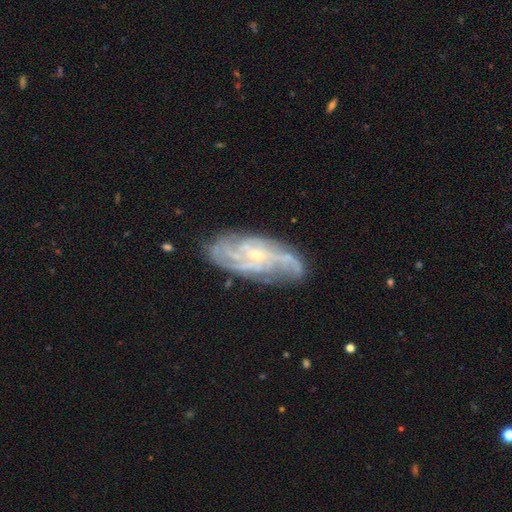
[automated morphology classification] A featured or disk galaxy (86%) with no bar (61%), tight (48%) spiral arms (96%) and a small central bulge (73%).

Vote fractions:
- Smooth or featured? featured or disk: 86% / smooth: 7% / star or artifact: 7%
- Edge-on disk? no: 93% / yes: 7%
- Bar? no: 61% / weak: 32% / strong: 8%
- Spiral arms? yes: 96% / no: 4%
- Spiral winding? tight: 48% / medium: 40% / loose: 12%
- Spiral arm count? can't tell: 25% / 3: 23% / 4: 22% / 2: 16% / more than 4: 8% / 1: 6%
- Bulge size? small: 73% / moderate: 23% / none: 2% / large: 1% / dominant: 1%
- Merging? none: 75% / minor disturbance: 17% / major disturbance: 6% / merger: 2%